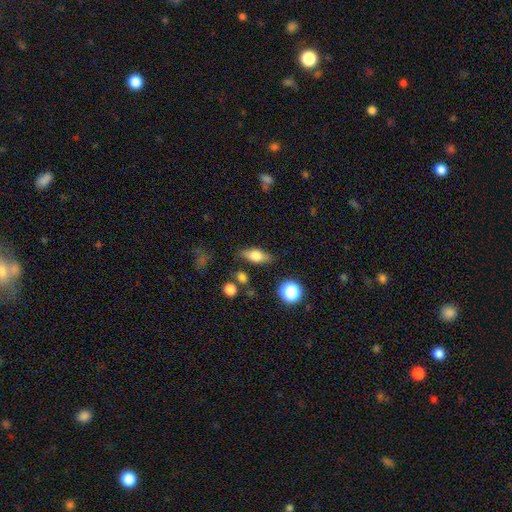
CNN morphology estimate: Overall: smooth (69%). How rounded: in between (75%). Merging: none (80%).